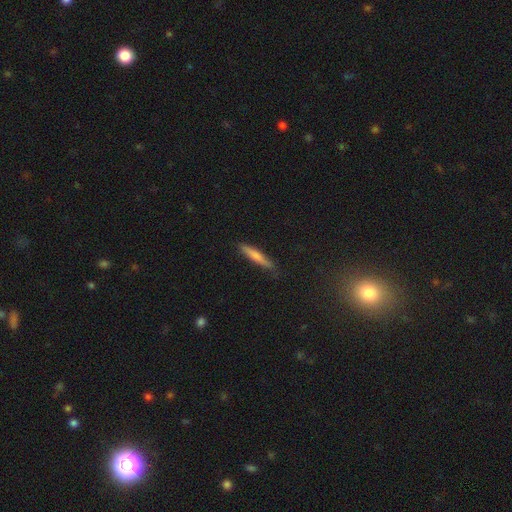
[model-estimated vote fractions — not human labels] Smooth or featured? smooth (70%)
How rounded? cigar-shaped (92%)
Merging? none (86%)